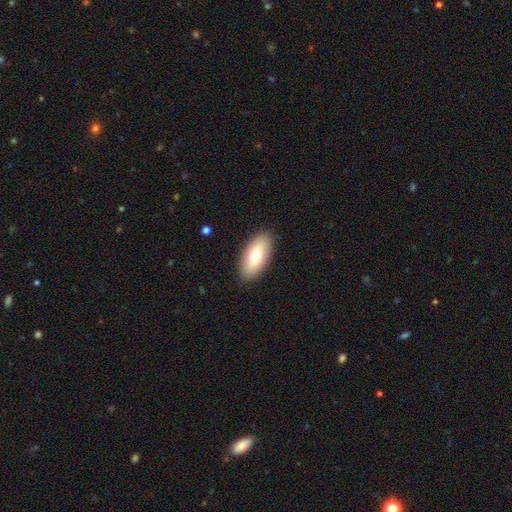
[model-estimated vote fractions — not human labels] Smooth or featured?
  - smooth: 70% *
  - featured or disk: 23%
  - star or artifact: 6%
How rounded?
  - in between: 90% *
  - cigar-shaped: 7%
  - round: 3%
Merging?
  - none: 89% *
  - minor disturbance: 8%
  - major disturbance: 2%
  - merger: 1%